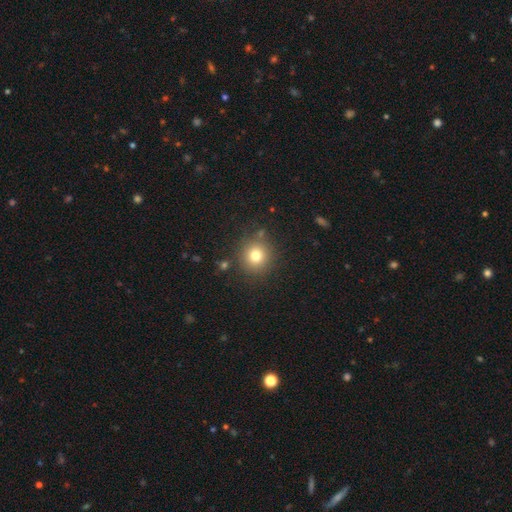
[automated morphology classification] Overall: smooth (77%). How rounded: round (90%). Merging: none (86%).